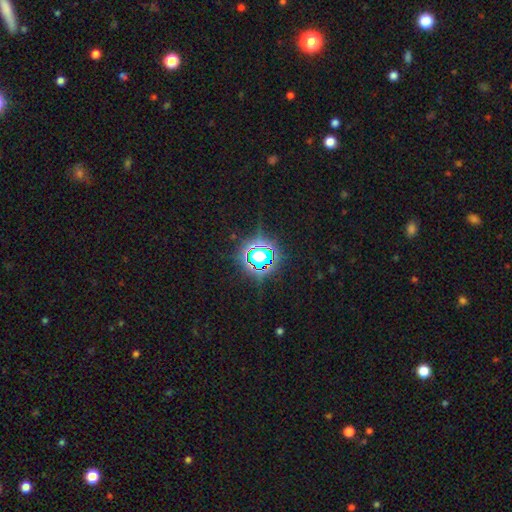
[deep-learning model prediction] This appears to be a star or artifact, not a galaxy (80%).